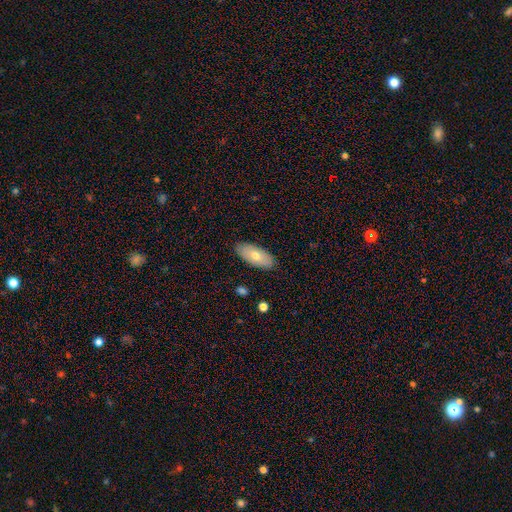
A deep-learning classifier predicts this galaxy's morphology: A smooth galaxy with no disk features (67%) that is in between round and cigar-shaped (88%). Merging: none (88%).